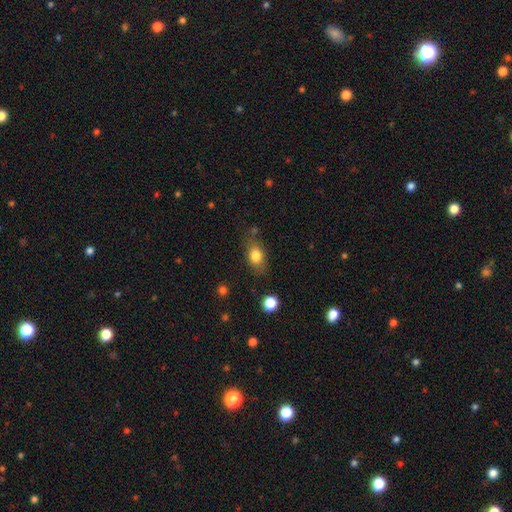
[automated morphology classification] This is clearly a smooth galaxy (80%). How rounded: likely in between (74%). Merging: likely none (71%).